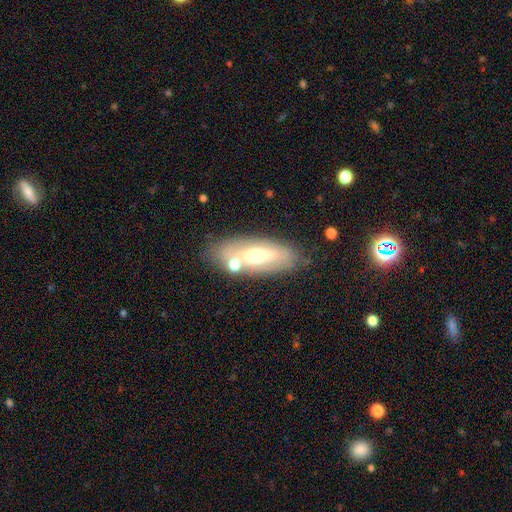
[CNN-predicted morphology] Q: Smooth or featured?
A: featured or disk (50%); runner-up: smooth (42%)
Q: Merging?
A: none (71%); runner-up: minor disturbance (14%)